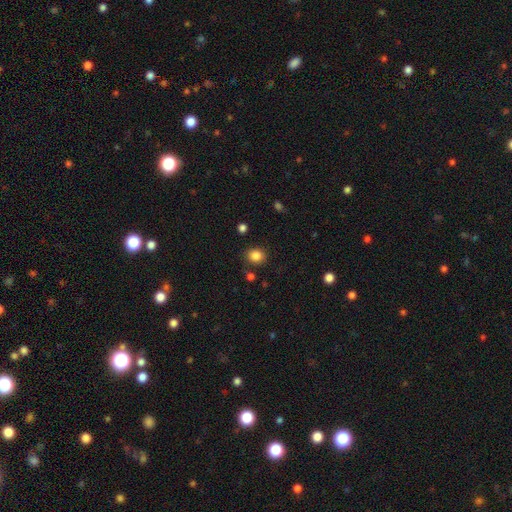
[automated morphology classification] type=smooth (84%); roundness=round (72%); merging=none (83%).